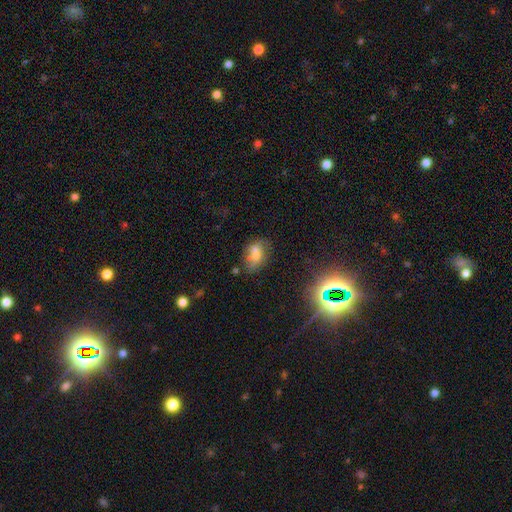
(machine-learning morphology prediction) smooth 61%, featured or disk 24%, star or artifact 15%. Down the decision tree: how rounded — in between (82%); merging — none (49%).